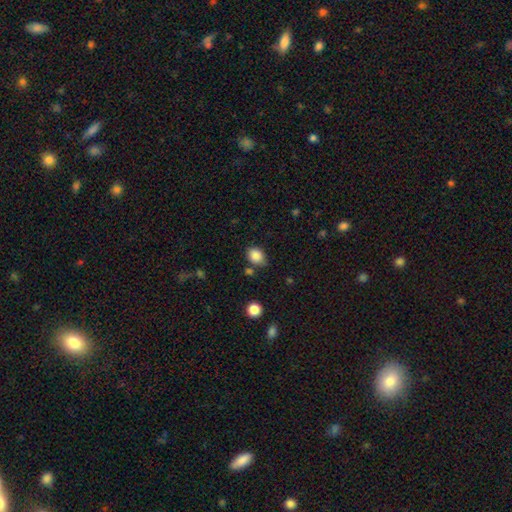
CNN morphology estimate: The model was most divided on "how rounded": in between: 53%, round: 46%, cigar-shaped: 1%. More confident: smooth or featured — smooth (86%); merging — none (66%).